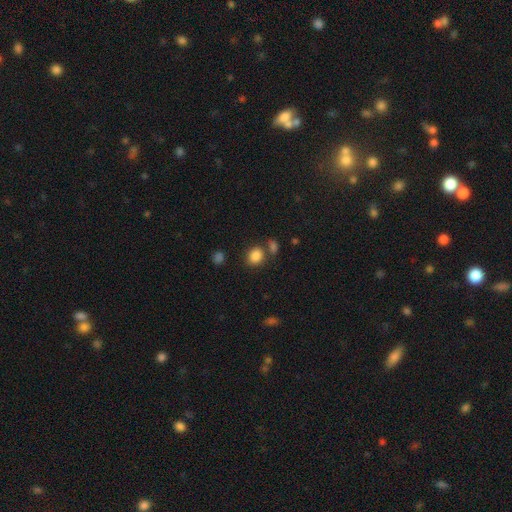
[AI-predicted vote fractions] This is clearly a smooth galaxy (85%). How rounded: possibly round (55%). Merging: likely none (68%).